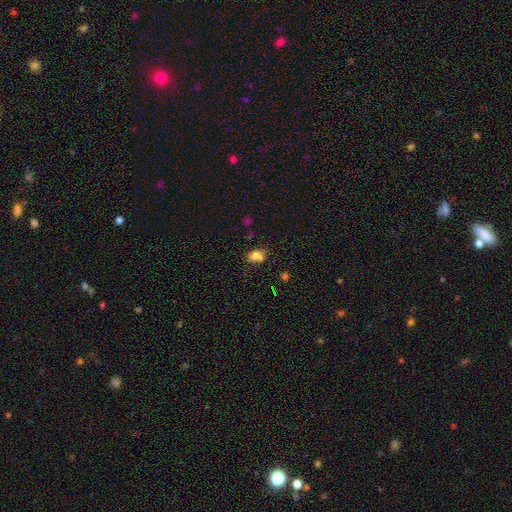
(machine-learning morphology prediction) smooth-or-featured: smooth: 73% | featured or disk: 14% | star or artifact: 13%
  how-rounded: in between: 56% | round: 43% | cigar-shaped: 1%
  merging: none: 42% | merger: 37% | minor disturbance: 15% | major disturbance: 6%